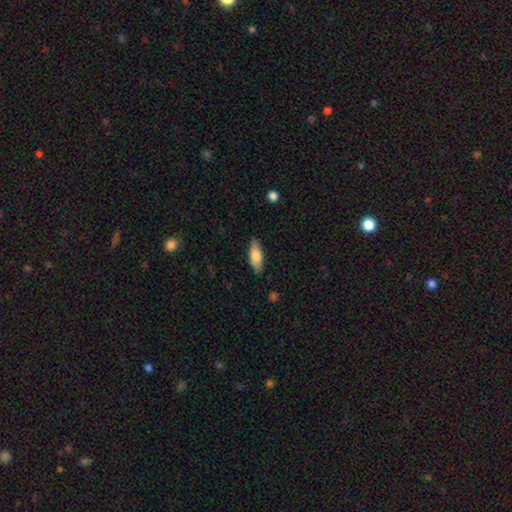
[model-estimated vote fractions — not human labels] A smooth galaxy with no disk features (75%) that is in between round and cigar-shaped (67%). Merging: none (87%).